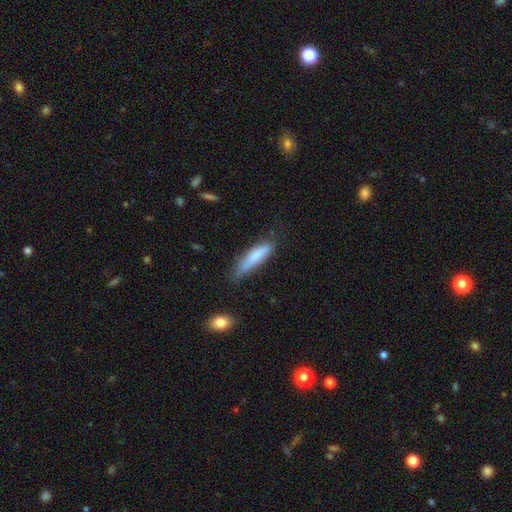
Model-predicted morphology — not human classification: Overall: smooth (76%). How rounded: cigar-shaped (80%). Merging: none (61%; minor disturbance 29%).